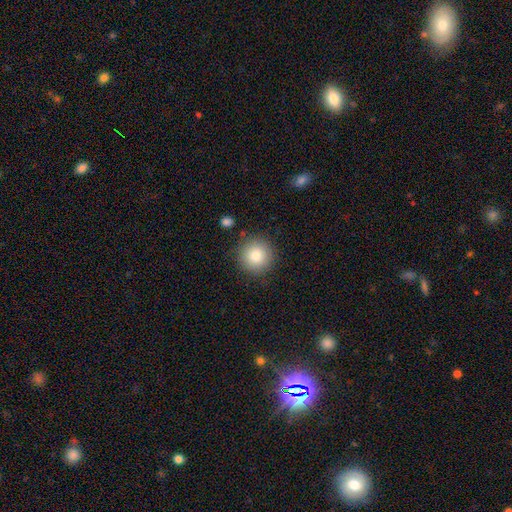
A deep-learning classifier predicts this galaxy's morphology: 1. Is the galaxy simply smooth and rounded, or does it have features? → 82% smooth, 10% star or artifact, 9% featured or disk.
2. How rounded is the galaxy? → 95% round, 4% in between, 1% cigar-shaped.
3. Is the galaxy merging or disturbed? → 87% none, 8% minor disturbance, 3% major disturbance, 2% merger.